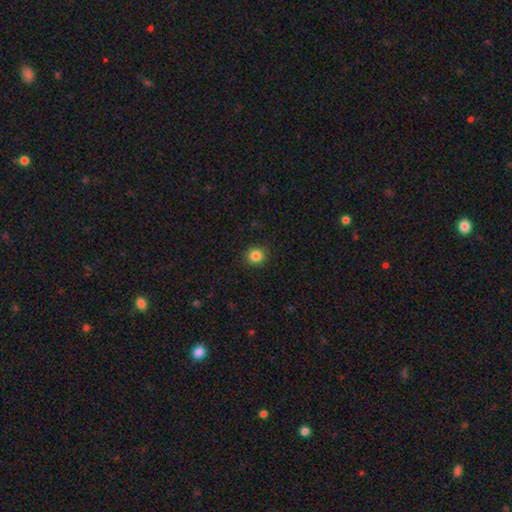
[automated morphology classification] This appears to be a smooth galaxy with no disk features (84%) that is round (90%). Merging: none (91%).